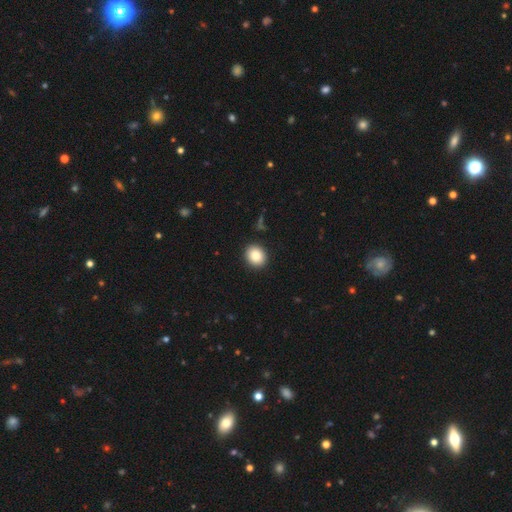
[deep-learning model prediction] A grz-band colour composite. It shows a smooth galaxy with no disk features (88%) that is round (62%). Merging: none (91%).